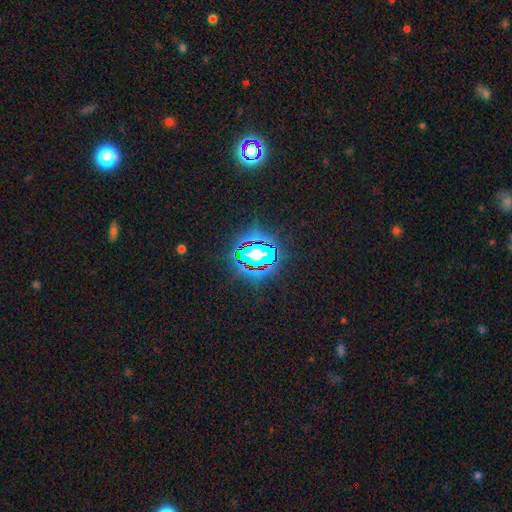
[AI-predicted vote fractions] Q: Smooth or featured?
A: star or artifact (67%); runner-up: smooth (20%)